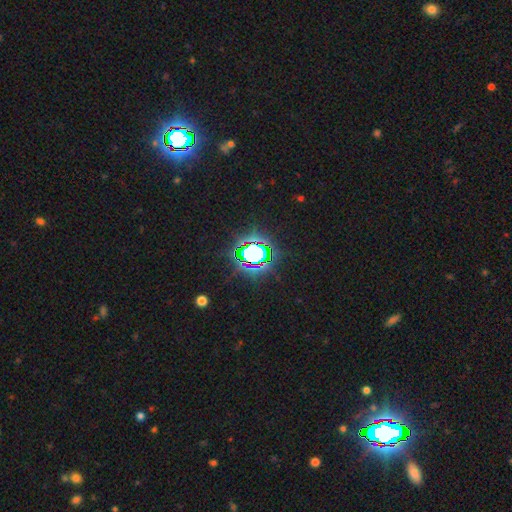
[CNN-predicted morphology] This appears to be a star or artifact, not a galaxy (70%).